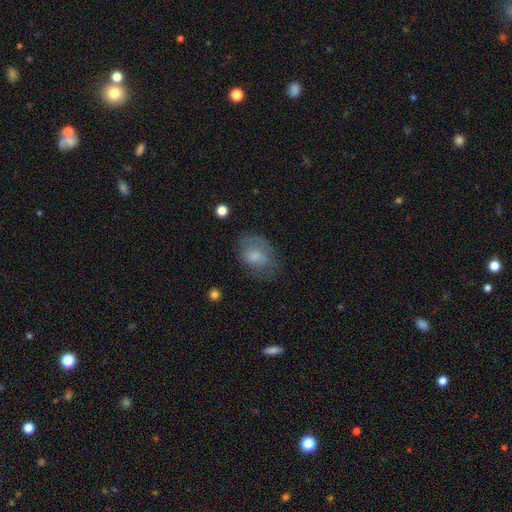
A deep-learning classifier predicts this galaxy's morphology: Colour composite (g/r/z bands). It shows a smooth galaxy with no disk features (56%) that is in between round and cigar-shaped (74%). Merging: none (56%).